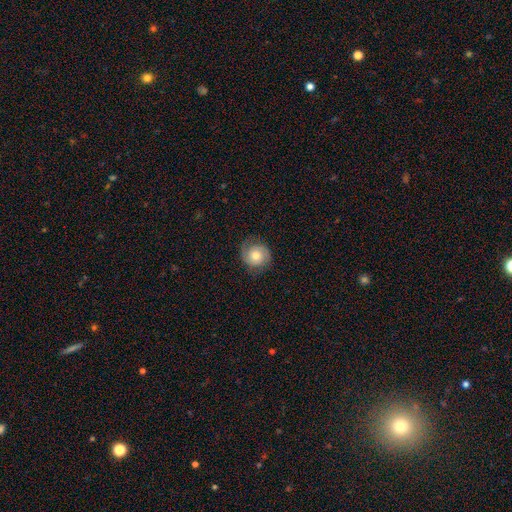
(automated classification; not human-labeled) A featured or disk galaxy (58%) with no bar (76%), 2 (81%) tight (53%) spiral arms (90%) and a moderate central bulge (68%). Merging: none (79%).